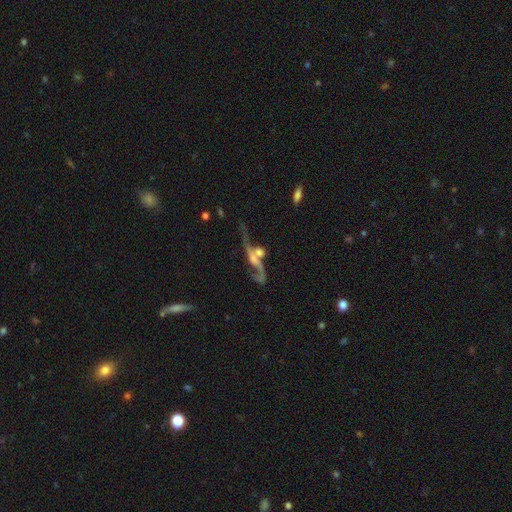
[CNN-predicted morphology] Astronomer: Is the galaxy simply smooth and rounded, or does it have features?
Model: featured or disk — 70%.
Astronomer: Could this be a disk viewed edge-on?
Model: no — 82%.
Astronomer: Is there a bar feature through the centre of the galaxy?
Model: no — 60%.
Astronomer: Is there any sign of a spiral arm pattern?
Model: yes — 72%.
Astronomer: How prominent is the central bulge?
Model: moderate — 30%, tied with none at 30%.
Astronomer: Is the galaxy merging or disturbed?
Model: merger — 42% (runner-up: none, 24%).